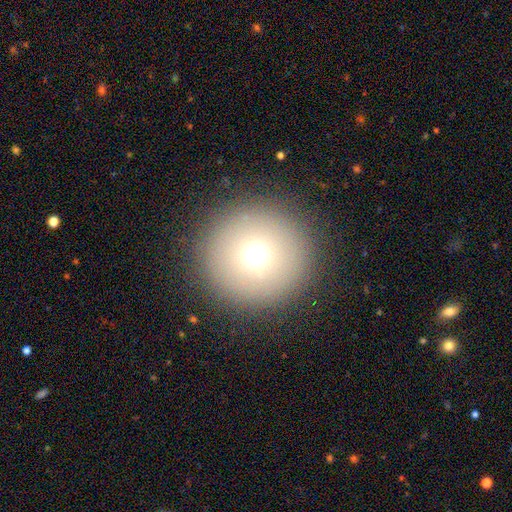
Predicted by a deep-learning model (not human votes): Smooth or featured? smooth (70%)
How rounded? round (96%)
Merging? none (90%)